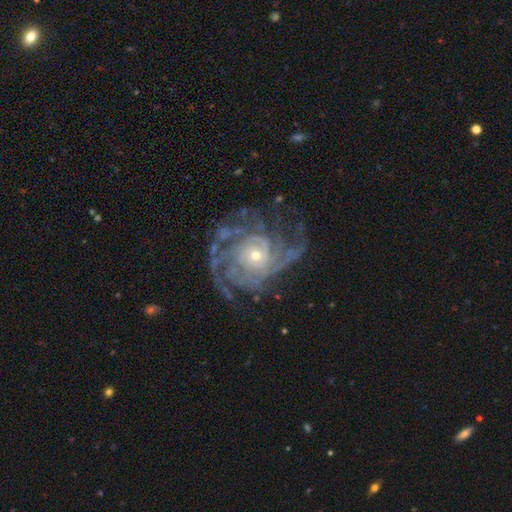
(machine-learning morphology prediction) smooth-or-featured: featured or disk: 90% | star or artifact: 6% | smooth: 4%
  disk-edge-on: no: 97% | yes: 3%
    bar: no: 77% | weak: 18% | strong: 5%
    has-spiral-arms: yes: 97% | no: 3%
      spiral-winding: tight: 58% | medium: 33% | loose: 9%
      spiral-arm-count: can't tell: 23% | 4: 22% | 3: 20% | 2: 16% | more than 4: 12% | 1: 8%
    bulge-size: small: 63% | moderate: 33% | large: 2% | none: 1% | dominant: 1%
  merging: none: 64% | minor disturbance: 18% | major disturbance: 17% | merger: 2%